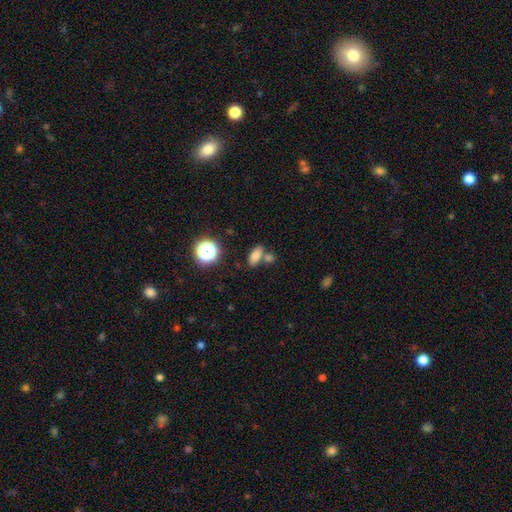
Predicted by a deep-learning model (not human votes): This appears to be a smooth galaxy with no disk features (77%) that is in between round and cigar-shaped (78%). Merging: none (61%).